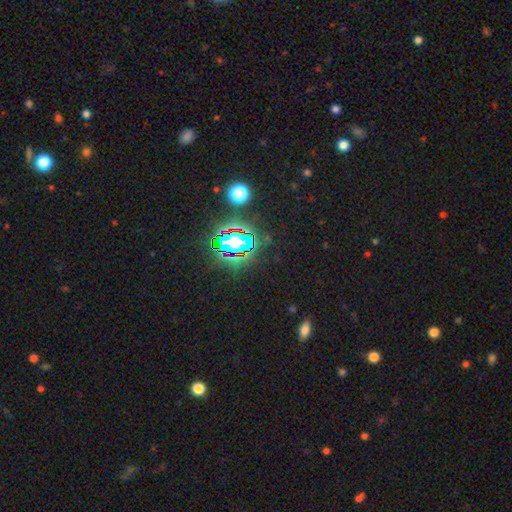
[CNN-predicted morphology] This is likely a star or artifact rather than a galaxy (80%).